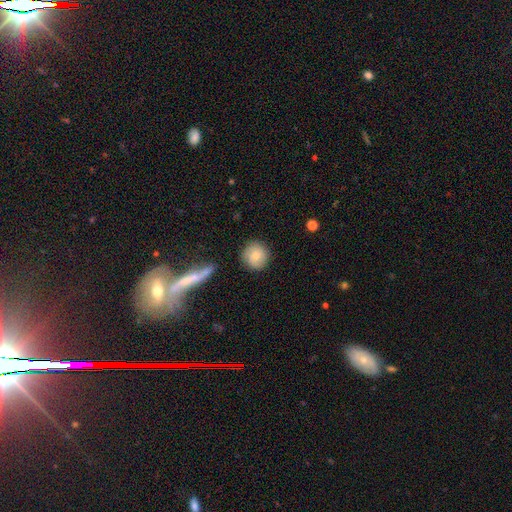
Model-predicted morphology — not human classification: Smooth or featured? Predicted: smooth (p=0.70). How rounded? Predicted: round (p=0.90). Merging? Predicted: none (p=0.83).